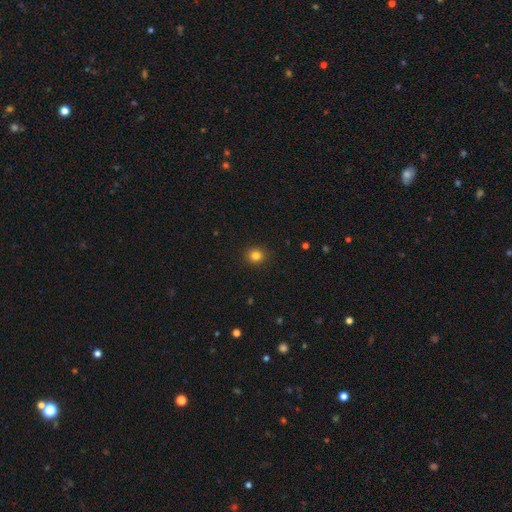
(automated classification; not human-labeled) The model was most divided on "smooth or featured": smooth: 83%, star or artifact: 13%, featured or disk: 5%. More confident: merging — none (92%); how rounded — round (89%).